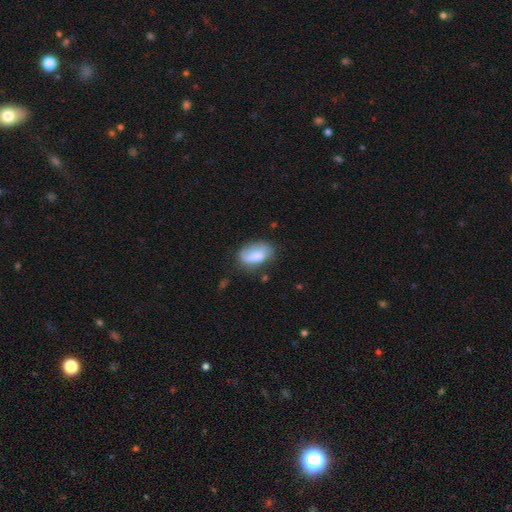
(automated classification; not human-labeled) Smooth or featured?
  - smooth: 68% *
  - featured or disk: 25%
  - star or artifact: 7%
How rounded?
  - in between: 91% *
  - round: 7%
  - cigar-shaped: 3%
Merging?
  - none: 58% *
  - minor disturbance: 28%
  - major disturbance: 11%
  - merger: 3%